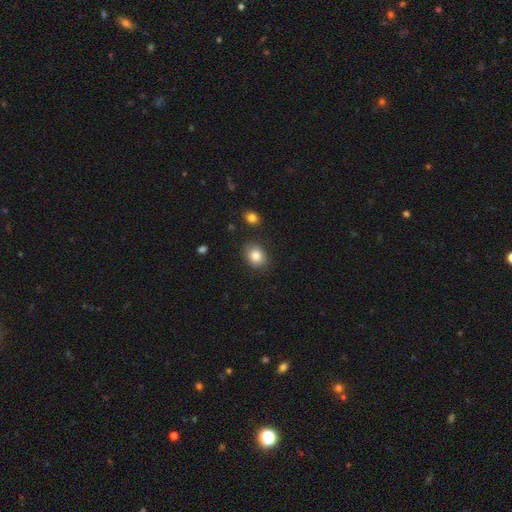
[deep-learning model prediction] Overall: smooth (85%). How rounded: in between (55%; round 44%). Merging: none (83%).